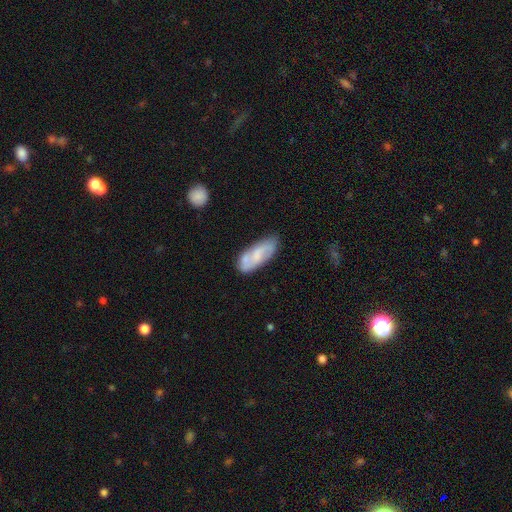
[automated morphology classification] type=smooth (53%); roundness=in between (73%); merging=none (65%).